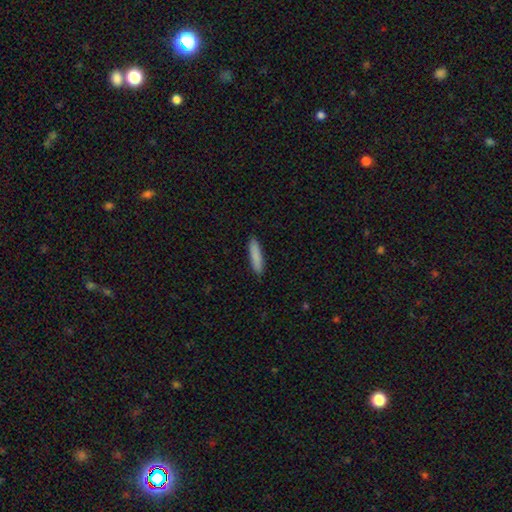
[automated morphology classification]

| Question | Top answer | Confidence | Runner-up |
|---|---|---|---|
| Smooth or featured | smooth | 87% | featured or disk (7%) |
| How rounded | cigar-shaped | 83% | in between (16%) |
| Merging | none | 91% | minor disturbance (7%) |